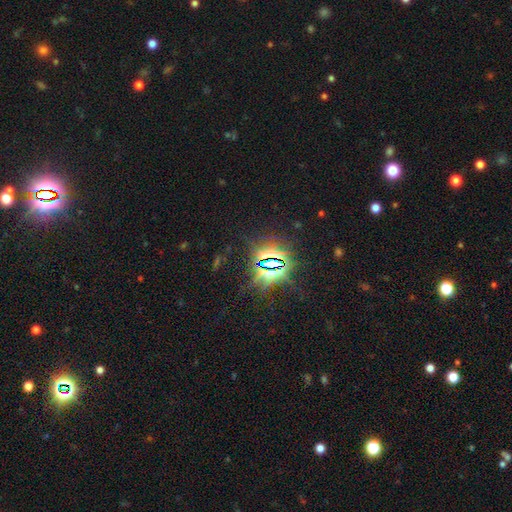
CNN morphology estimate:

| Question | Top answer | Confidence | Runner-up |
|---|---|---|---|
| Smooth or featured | star or artifact | 85% | smooth (9%) |